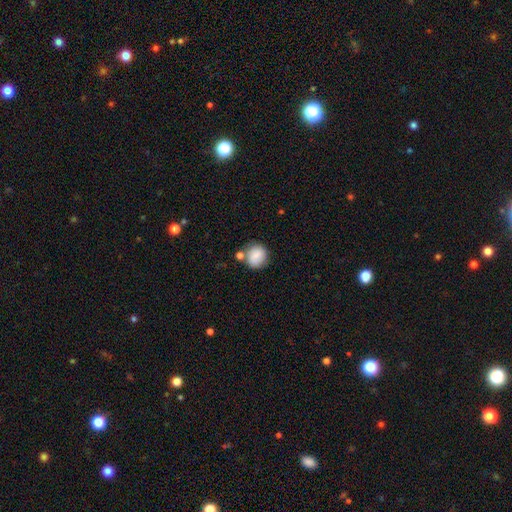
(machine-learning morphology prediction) The model was most divided on "merging": none: 66%, minor disturbance: 15%, merger: 15%, major disturbance: 4%. More confident: how rounded — round (85%); smooth or featured — smooth (83%).